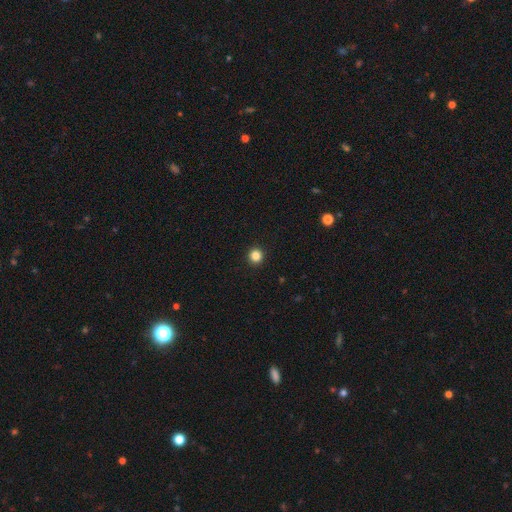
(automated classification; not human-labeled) smooth_or_featured: smooth (p=0.85) [alt: star or artifact p=0.11]
how_rounded: round (p=0.94) [alt: in between p=0.05]
merging: none (p=0.94) [alt: minor disturbance p=0.04]